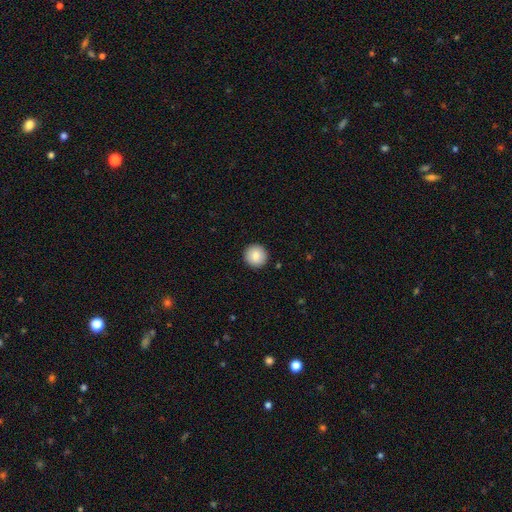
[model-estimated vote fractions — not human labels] Smooth or featured?
  - smooth: 84% *
  - featured or disk: 8%
  - star or artifact: 8%
How rounded?
  - round: 96% *
  - in between: 4%
  - cigar-shaped: 1%
Merging?
  - none: 93% *
  - minor disturbance: 5%
  - major disturbance: 2%
  - merger: 1%